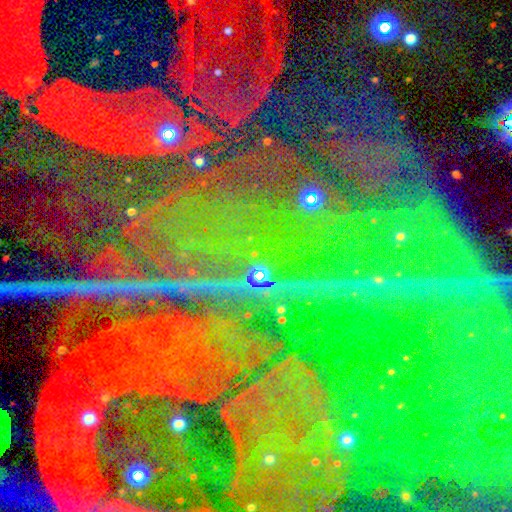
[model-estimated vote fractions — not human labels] smooth_or_featured: star or artifact (p=0.88) [alt: featured or disk p=0.06]